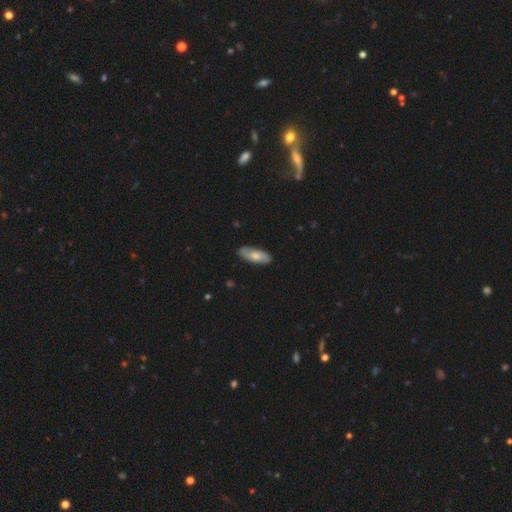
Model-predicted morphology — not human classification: A smooth galaxy with no disk features (64%) that is in between round and cigar-shaped (74%). Merging: none (85%).